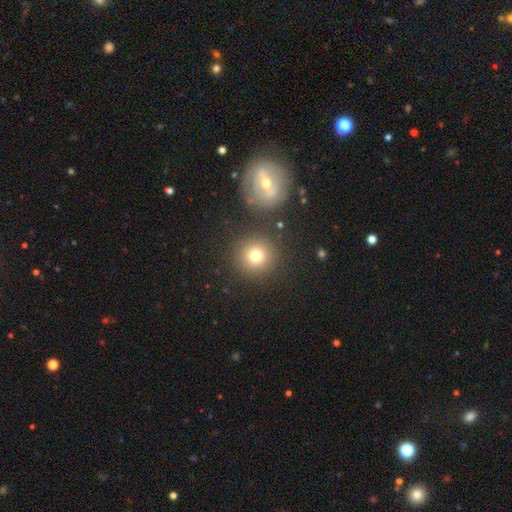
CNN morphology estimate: type=smooth (76%); roundness=round (93%); merging=none (83%).